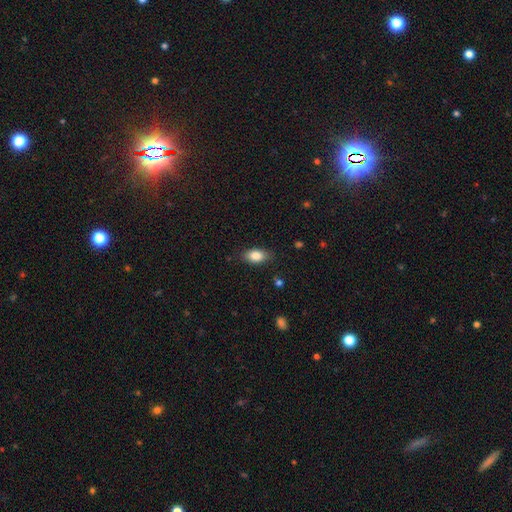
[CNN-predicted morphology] Smooth or featured? Predicted: smooth (p=0.84). How rounded? Predicted: in between (p=0.89). Merging? Predicted: none (p=0.84).